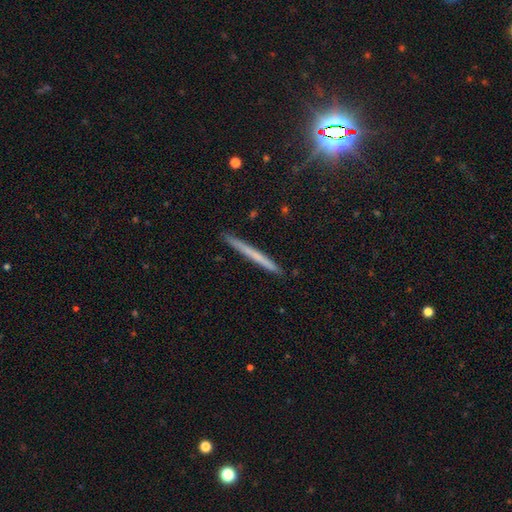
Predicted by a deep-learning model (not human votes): The model was most divided on "smooth or featured": smooth: 51%, featured or disk: 40%, star or artifact: 9%. More confident: how rounded — cigar-shaped (97%); merging — none (91%).